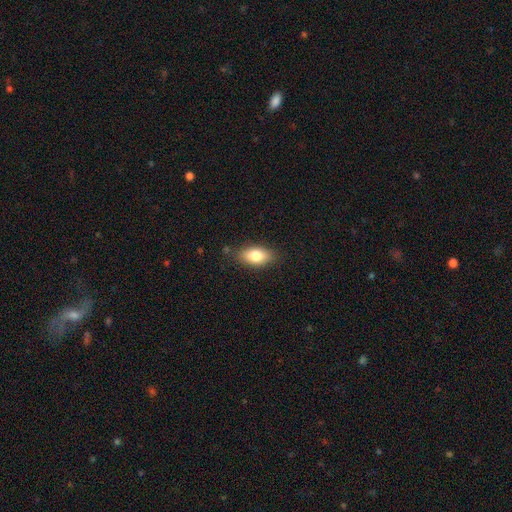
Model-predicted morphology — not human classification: This is clearly a smooth galaxy (80%). How rounded: clearly in between (88%). Merging: clearly none (83%).